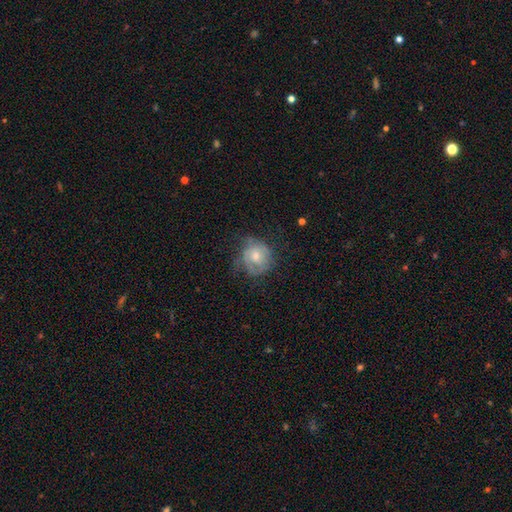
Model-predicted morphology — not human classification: A featured or disk galaxy (53%) with no bar (77%), spiral arms (70%) and a moderate central bulge (54%).

Vote fractions:
- Smooth or featured? featured or disk: 53% / smooth: 40% / star or artifact: 7%
- Edge-on disk? no: 97% / yes: 3%
- Bar? no: 77% / weak: 20% / strong: 3%
- Spiral arms? yes: 70% / no: 30%
- Bulge size? moderate: 54% / small: 37% / large: 5% / none: 3% / dominant: 1%
- Merging? none: 51% / minor disturbance: 28% / major disturbance: 19% / merger: 1%